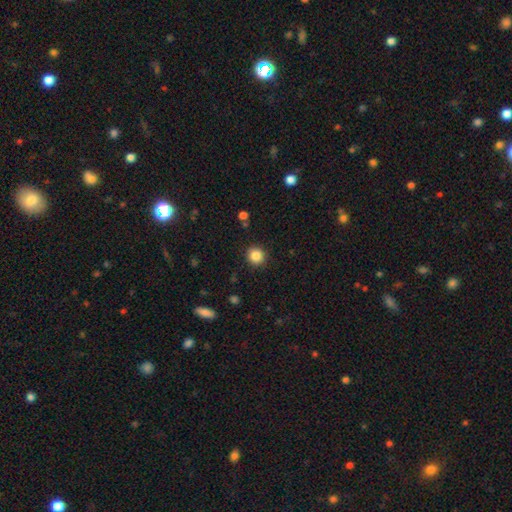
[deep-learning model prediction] Morphology: type=smooth (85%); roundness=round (91%); merging=none (90%).